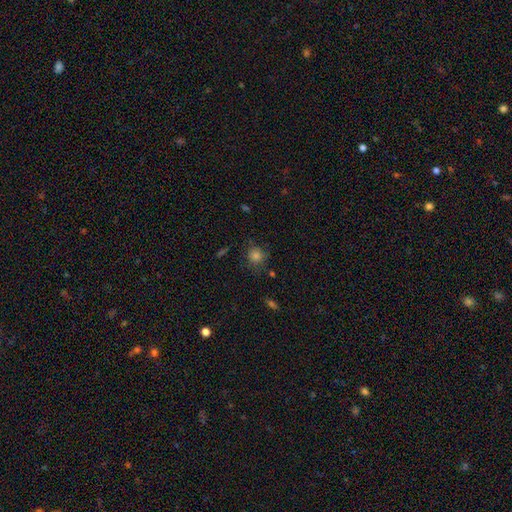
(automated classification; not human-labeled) Morphology: type=smooth (68%); roundness=round (85%); merging=none (72%).